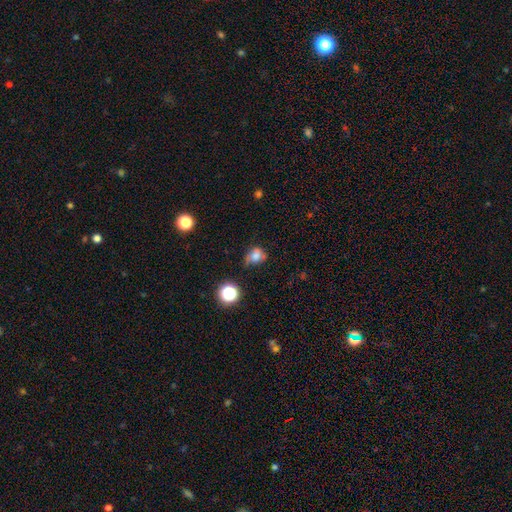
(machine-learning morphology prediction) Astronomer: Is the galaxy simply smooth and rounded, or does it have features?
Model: smooth — 72%.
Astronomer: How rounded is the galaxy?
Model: round — 49%, tied with in between at 49%.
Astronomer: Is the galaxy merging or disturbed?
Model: none — 43% (runner-up: minor disturbance, 35%).